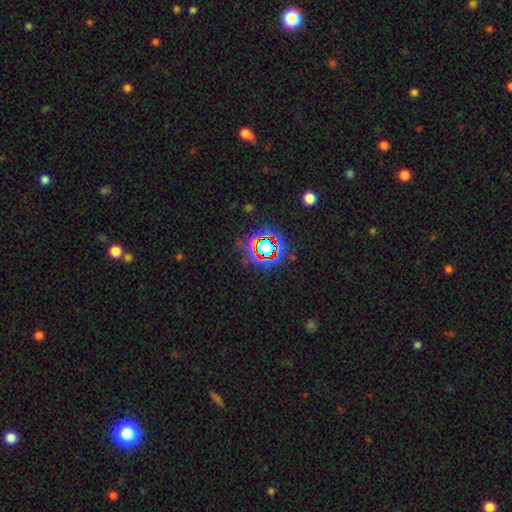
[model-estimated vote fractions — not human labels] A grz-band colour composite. It shows a star or artifact, not a galaxy (74%).